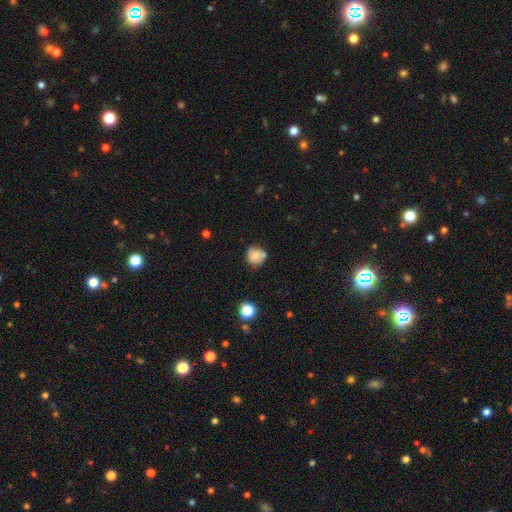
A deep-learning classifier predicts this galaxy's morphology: A smooth galaxy with no disk features (56%) that is round (84%).

Vote fractions:
- Smooth or featured? smooth: 56% / featured or disk: 33% / star or artifact: 10%
- How rounded? round: 84% / in between: 15% / cigar-shaped: 1%
- Merging? none: 61% / minor disturbance: 23% / merger: 10% / major disturbance: 6%